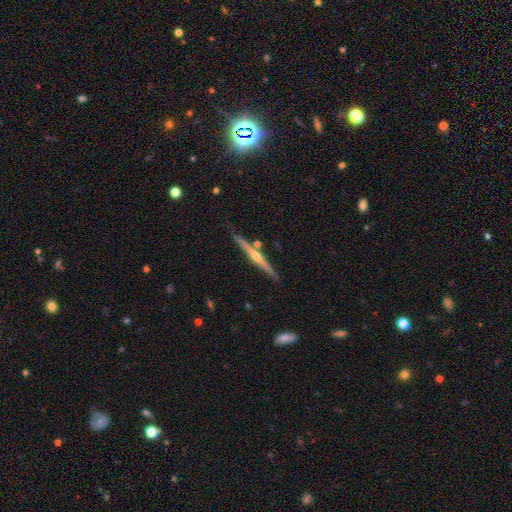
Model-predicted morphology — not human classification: A featured or disk galaxy (76%) viewed edge-on (98%) with a rounded central bulge (83%). Merging: none (85%).